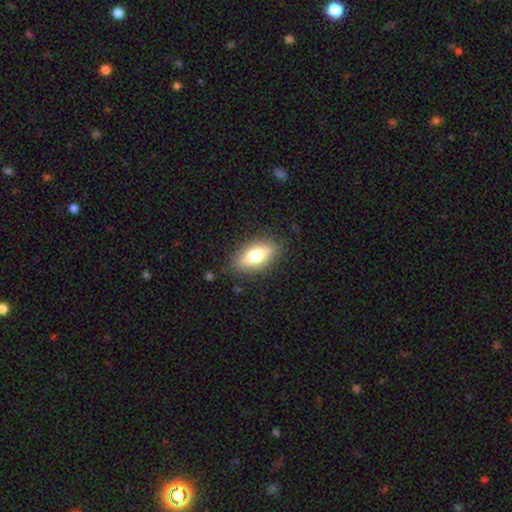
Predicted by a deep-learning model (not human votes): Overall: smooth (66%). How rounded: in between (76%). Merging: none (84%).